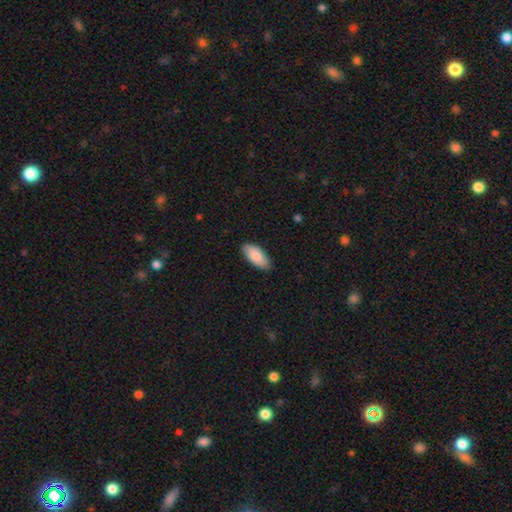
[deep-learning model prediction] Smooth or featured? Predicted: smooth (p=0.88). How rounded? Predicted: in between (p=0.89). Merging? Predicted: none (p=0.87).